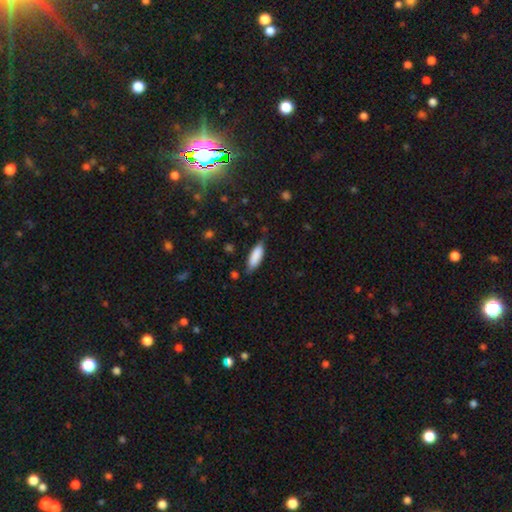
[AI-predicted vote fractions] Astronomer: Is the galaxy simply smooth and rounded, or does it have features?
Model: smooth — 86%.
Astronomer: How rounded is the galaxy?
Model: in between — 59% (runner-up: cigar-shaped, 40%).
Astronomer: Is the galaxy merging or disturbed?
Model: none — 77%.